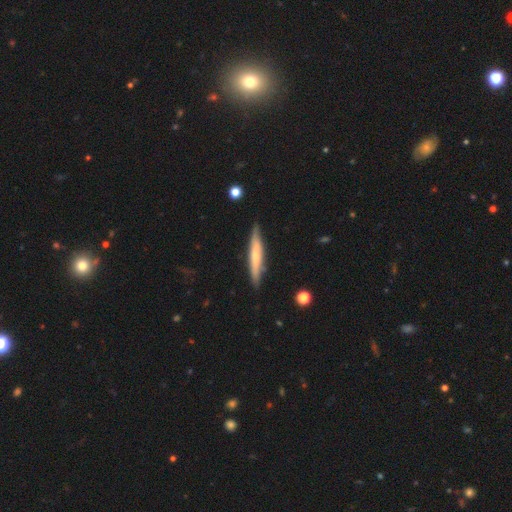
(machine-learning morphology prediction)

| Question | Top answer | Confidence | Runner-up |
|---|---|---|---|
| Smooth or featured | smooth | 52% | featured or disk (43%) |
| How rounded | cigar-shaped | 93% | in between (6%) |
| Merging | none | 86% | minor disturbance (11%) |